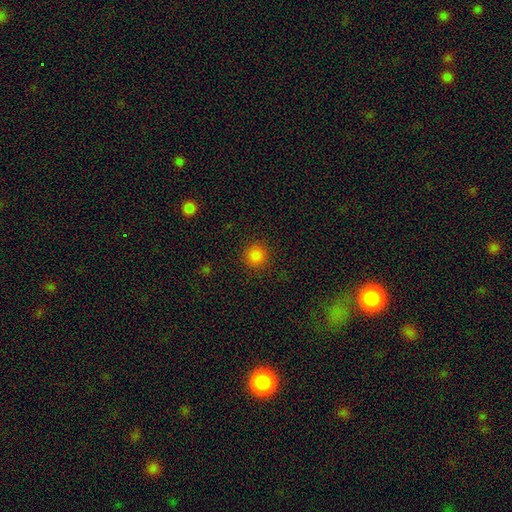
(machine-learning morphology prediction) smooth-or-featured: smooth: 85% | star or artifact: 12% | featured or disk: 3%
  how-rounded: round: 94% | in between: 5% | cigar-shaped: 1%
  merging: none: 90% | minor disturbance: 6% | major disturbance: 3% | merger: 1%